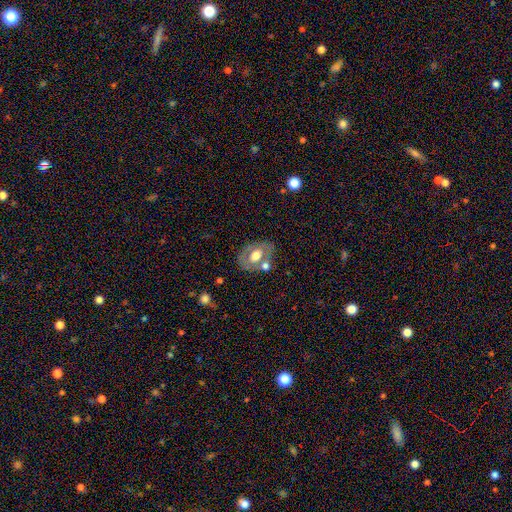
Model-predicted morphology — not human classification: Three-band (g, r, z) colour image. It shows a smooth galaxy with no disk features (47%). Merging: none (57%).